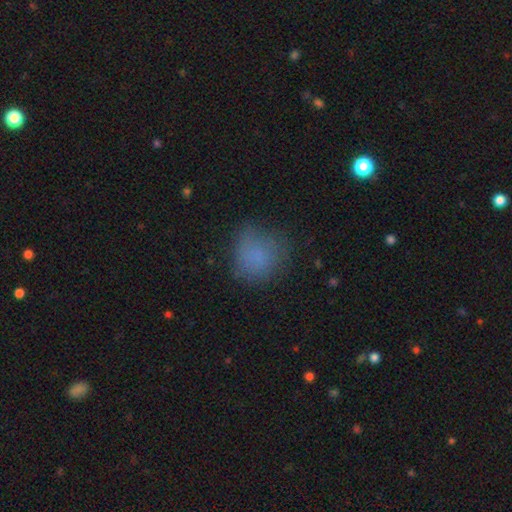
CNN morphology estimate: A smooth galaxy with no disk features (76%) that is round (81%).

Vote fractions:
- Smooth or featured? smooth: 76% / star or artifact: 13% / featured or disk: 10%
- How rounded? round: 81% / in between: 18% / cigar-shaped: 1%
- Merging? none: 63% / minor disturbance: 24% / major disturbance: 11% / merger: 2%